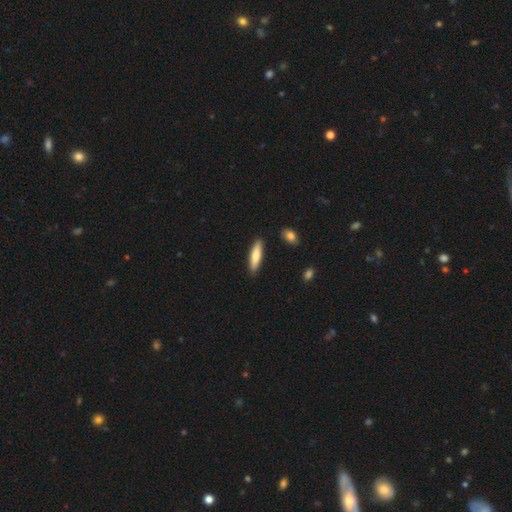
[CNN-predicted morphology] Smooth or featured? Predicted: smooth (p=0.79). How rounded? Predicted: cigar-shaped (p=0.73). Merging? Predicted: none (p=0.88).